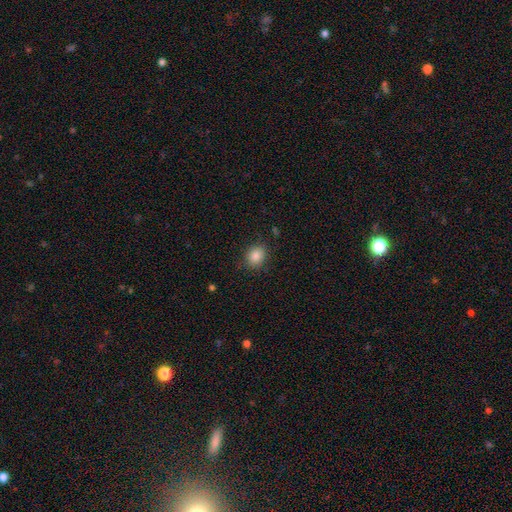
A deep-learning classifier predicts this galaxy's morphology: smooth 86%, star or artifact 9%, featured or disk 4%. Down the decision tree: how rounded — round (55%); merging — none (85%).